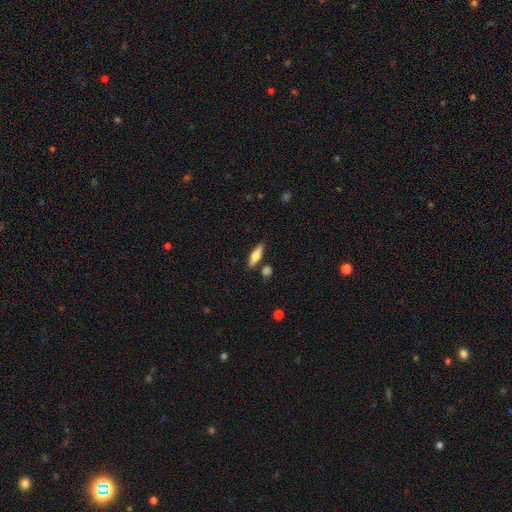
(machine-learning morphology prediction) The model was most divided on "how rounded": cigar-shaped: 53%, in between: 45%, round: 3%. More confident: merging — none (82%); smooth or featured — smooth (59%).